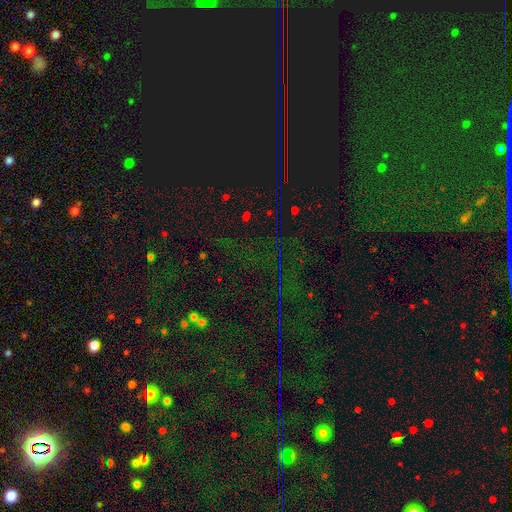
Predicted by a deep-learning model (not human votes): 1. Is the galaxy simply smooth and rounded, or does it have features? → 85% star or artifact, 8% smooth, 7% featured or disk.